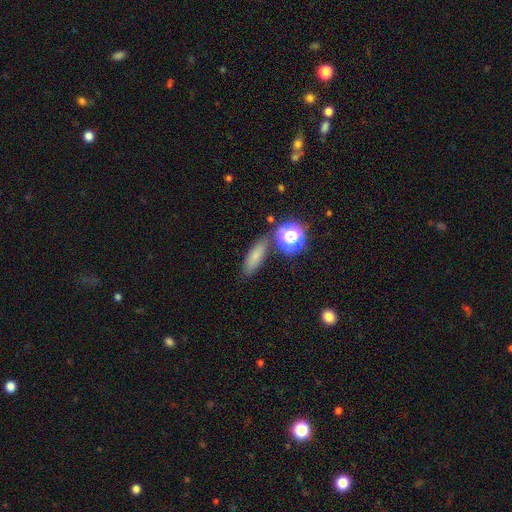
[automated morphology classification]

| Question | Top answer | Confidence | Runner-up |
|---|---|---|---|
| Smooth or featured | smooth | 72% | star or artifact (16%) |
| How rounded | in between | 47% | cigar-shaped (41%) |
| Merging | none | 76% | minor disturbance (12%) |